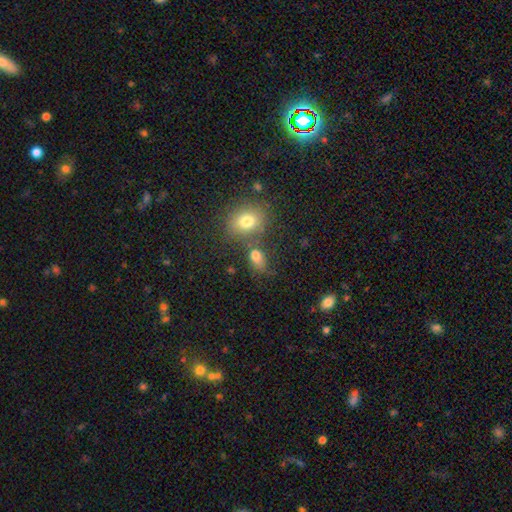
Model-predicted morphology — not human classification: Smooth or featured? Predicted: smooth (p=0.75). How rounded? Predicted: in between (p=0.74). Merging? Predicted: none (p=0.53).